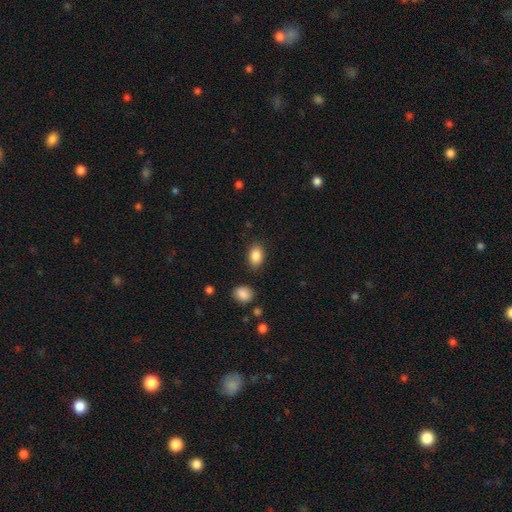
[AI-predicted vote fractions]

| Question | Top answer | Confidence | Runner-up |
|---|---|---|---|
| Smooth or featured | smooth | 87% | star or artifact (8%) |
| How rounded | in between | 84% | round (14%) |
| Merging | none | 84% | minor disturbance (11%) |